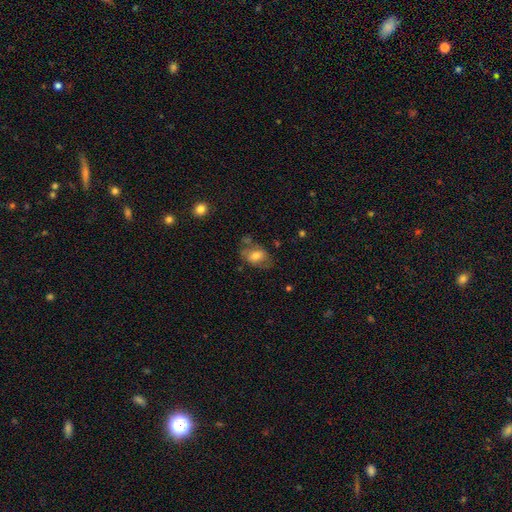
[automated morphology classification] Q: Smooth or featured?
A: smooth (62%); runner-up: featured or disk (30%)
Q: How rounded?
A: in between (77%); runner-up: round (21%)
Q: Merging?
A: none (53%); runner-up: minor disturbance (25%)